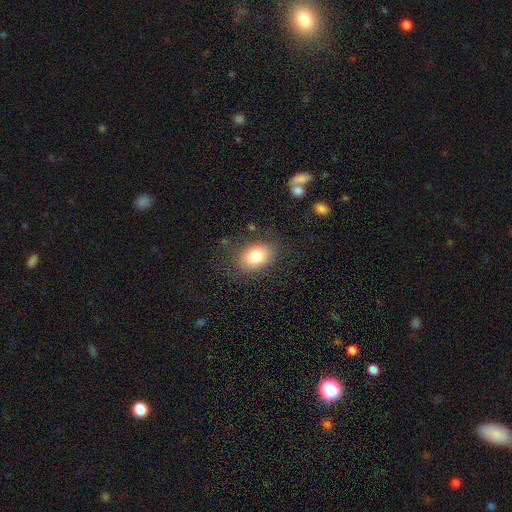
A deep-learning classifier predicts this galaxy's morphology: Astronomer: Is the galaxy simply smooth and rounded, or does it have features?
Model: smooth — 80%.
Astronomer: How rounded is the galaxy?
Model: in between — 78%.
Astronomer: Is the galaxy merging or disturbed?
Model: none — 80%.